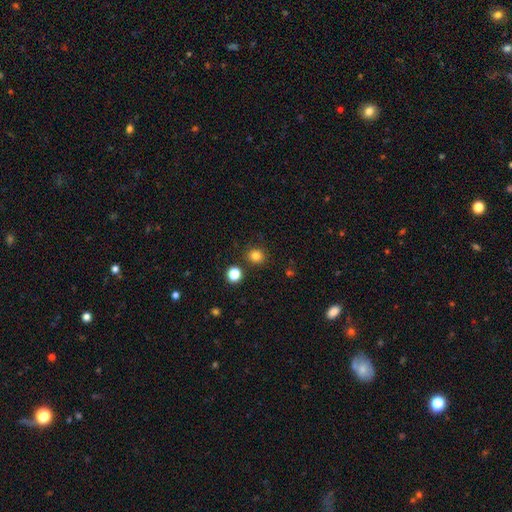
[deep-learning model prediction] A smooth galaxy with no disk features (82%) that is round (88%).

Vote fractions:
- Smooth or featured? smooth: 82% / star or artifact: 13% / featured or disk: 5%
- How rounded? round: 88% / in between: 11% / cigar-shaped: 1%
- Merging? none: 87% / minor disturbance: 7% / merger: 4% / major disturbance: 2%